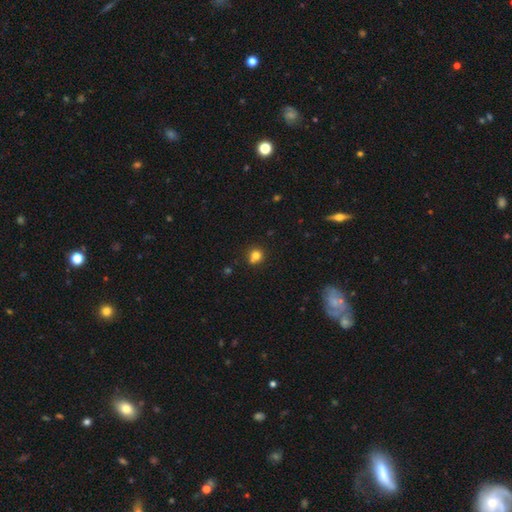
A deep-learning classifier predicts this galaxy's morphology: This is likely a smooth galaxy (78%). How rounded: clearly round (81%). Merging: likely none (63%).